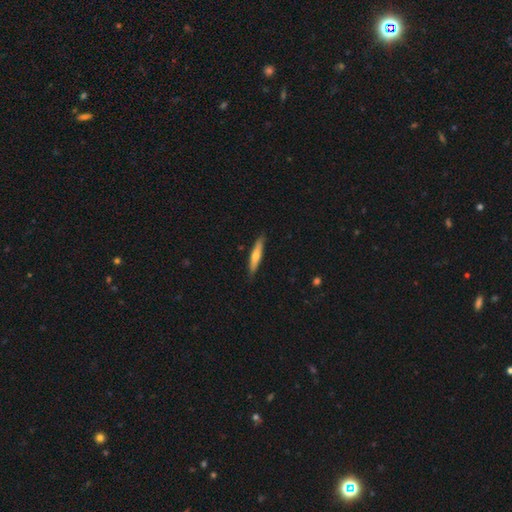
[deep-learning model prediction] Morphology: type=smooth (57%); roundness=cigar-shaped (89%); merging=none (88%).